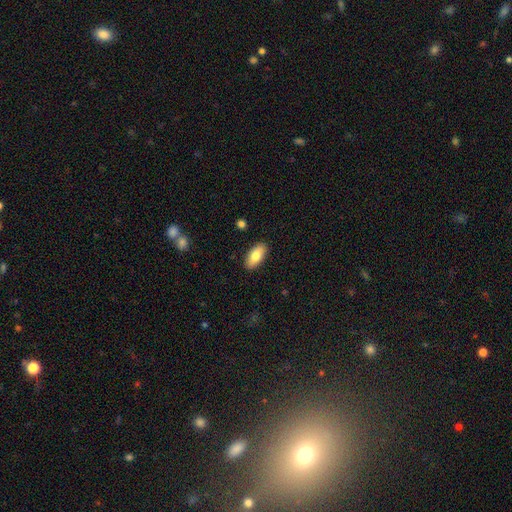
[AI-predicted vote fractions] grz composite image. It shows a smooth galaxy with no disk features (79%) that is in between round and cigar-shaped (88%). Merging: none (89%).